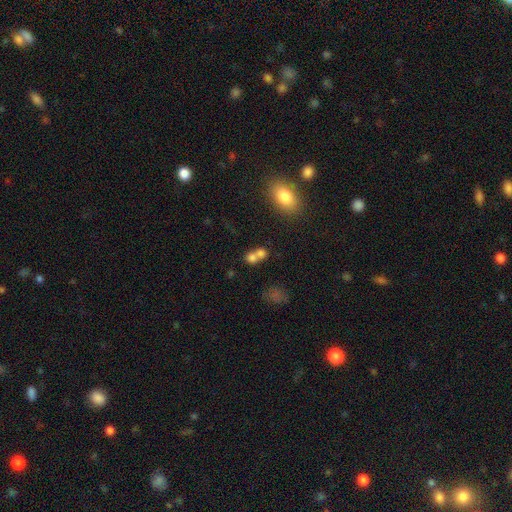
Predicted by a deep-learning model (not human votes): smooth_or_featured: smooth (p=0.74) [alt: featured or disk p=0.13]
how_rounded: round (p=0.62) [alt: in between p=0.37]
merging: merger (p=0.60) [alt: none p=0.29]